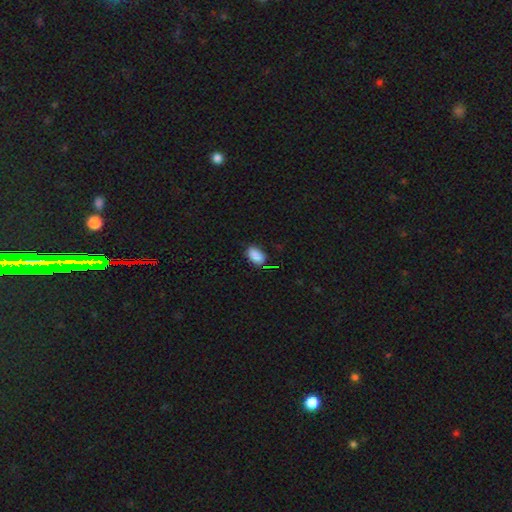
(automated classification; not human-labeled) This is clearly a smooth galaxy (87%). How rounded: clearly in between (90%). Merging: likely none (74%).